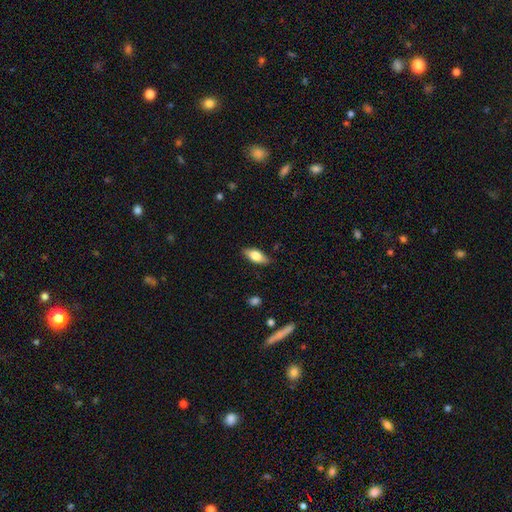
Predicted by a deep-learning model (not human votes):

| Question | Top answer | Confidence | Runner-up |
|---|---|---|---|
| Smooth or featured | smooth | 71% | featured or disk (22%) |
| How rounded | in between | 81% | cigar-shaped (16%) |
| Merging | none | 85% | minor disturbance (12%) |